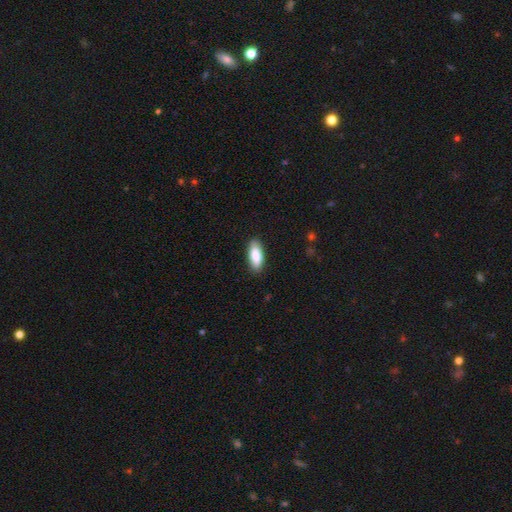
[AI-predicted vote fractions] smooth_or_featured: smooth (p=0.85) [alt: featured or disk p=0.09]
how_rounded: in between (p=0.80) [alt: cigar-shaped p=0.18]
merging: none (p=0.85) [alt: minor disturbance p=0.11]